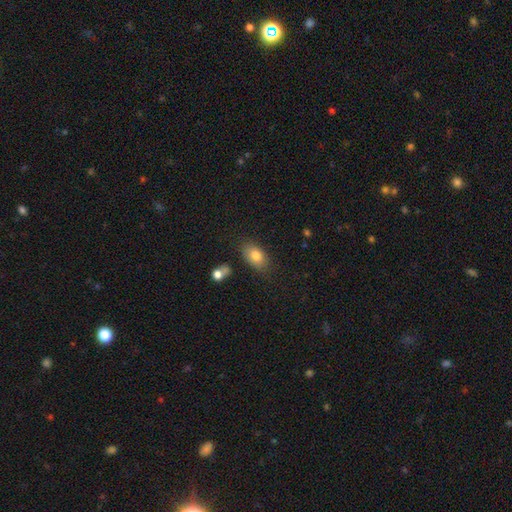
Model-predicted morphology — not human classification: Smooth or featured?
  - smooth: 79% *
  - featured or disk: 12%
  - star or artifact: 9%
How rounded?
  - in between: 87% *
  - round: 11%
  - cigar-shaped: 2%
Merging?
  - none: 78% *
  - minor disturbance: 15%
  - merger: 4%
  - major disturbance: 4%